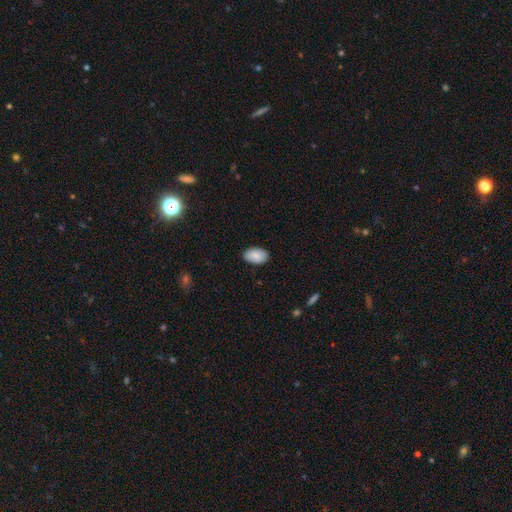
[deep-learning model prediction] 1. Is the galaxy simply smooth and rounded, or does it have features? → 89% smooth, 6% star or artifact, 5% featured or disk.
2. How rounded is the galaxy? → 93% in between, 6% round, 1% cigar-shaped.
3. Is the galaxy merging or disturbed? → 88% none, 9% minor disturbance, 2% major disturbance, 1% merger.